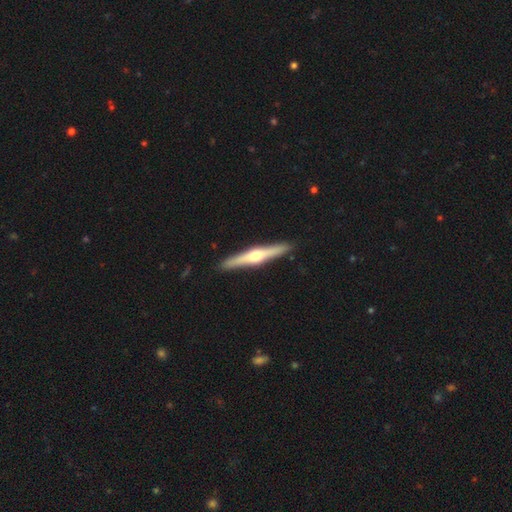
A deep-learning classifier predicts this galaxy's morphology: smooth_or_featured: featured or disk (p=0.73) [alt: smooth p=0.22]
disk_edge_on: yes (p=0.98) [alt: no p=0.02]
edge_on_bulge: rounded (p=0.90) [alt: boxy p=0.06]
merging: none (p=0.92) [alt: minor disturbance p=0.06]